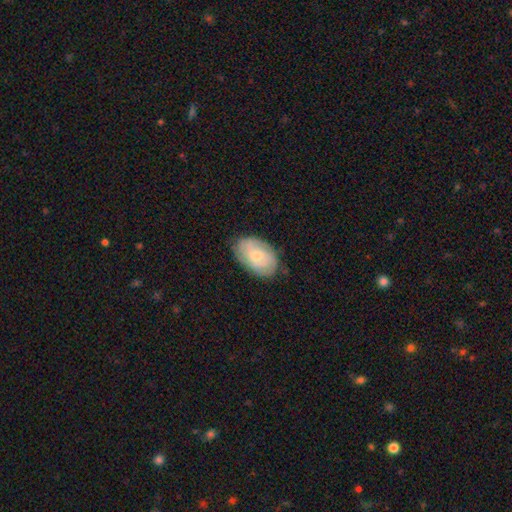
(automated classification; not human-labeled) A featured or disk galaxy (47%).

Vote fractions:
- Smooth or featured? featured or disk: 47% / smooth: 46% / star or artifact: 7%
- Merging? none: 77% / minor disturbance: 18% / major disturbance: 4% / merger: 1%